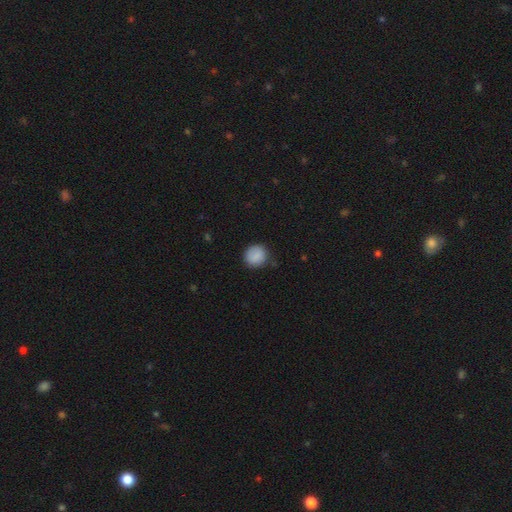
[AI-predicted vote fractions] A smooth galaxy with no disk features (87%) that is round (85%).

Vote fractions:
- Smooth or featured? smooth: 87% / star or artifact: 8% / featured or disk: 5%
- How rounded? round: 85% / in between: 14% / cigar-shaped: 1%
- Merging? none: 82% / minor disturbance: 14% / major disturbance: 3% / merger: 1%